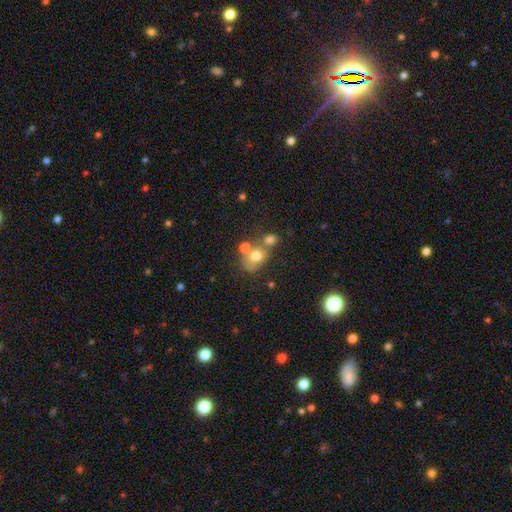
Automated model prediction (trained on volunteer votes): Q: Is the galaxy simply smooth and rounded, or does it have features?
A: smooth — 71%.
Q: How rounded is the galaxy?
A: round — 56%.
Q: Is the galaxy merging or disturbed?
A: none — 40%.